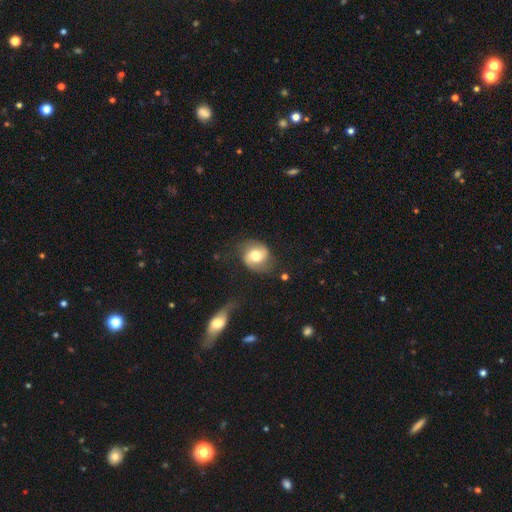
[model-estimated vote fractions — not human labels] Overall: featured or disk (50%; smooth 42%). Edge-on disk: no (96%). Merging: none (67%).